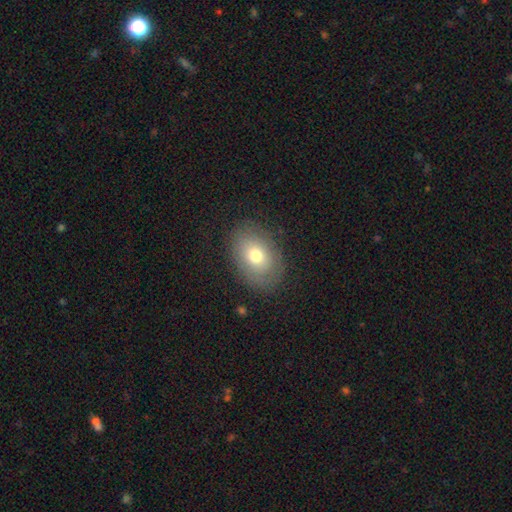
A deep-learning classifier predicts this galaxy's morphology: The model was most divided on "smooth or featured": smooth: 69%, featured or disk: 22%, star or artifact: 10%. More confident: merging — none (82%); how rounded — in between (77%).